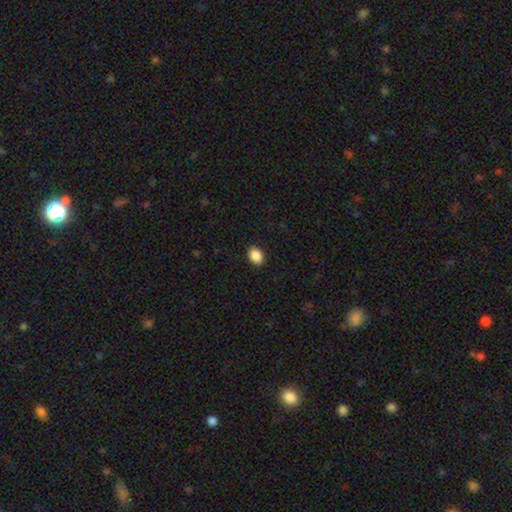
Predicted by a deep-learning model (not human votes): Smooth or featured?
  - smooth: 89% *
  - star or artifact: 8%
  - featured or disk: 3%
How rounded?
  - in between: 69% *
  - round: 31%
  - cigar-shaped: 1%
Merging?
  - none: 90% *
  - minor disturbance: 8%
  - major disturbance: 2%
  - merger: 1%